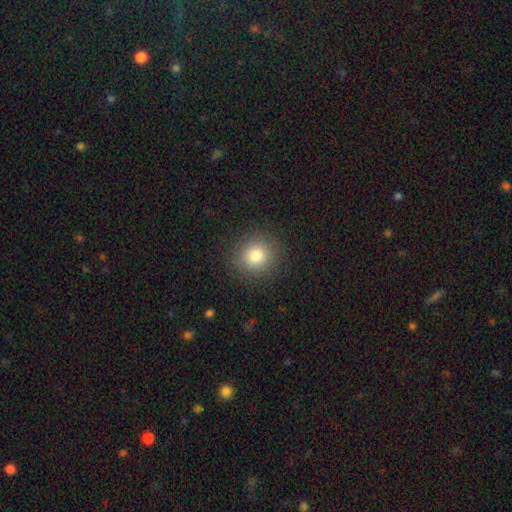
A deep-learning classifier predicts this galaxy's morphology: Q: Smooth or featured?
A: smooth (83%); runner-up: star or artifact (11%)
Q: How rounded?
A: round (90%); runner-up: in between (9%)
Q: Merging?
A: none (89%); runner-up: minor disturbance (7%)